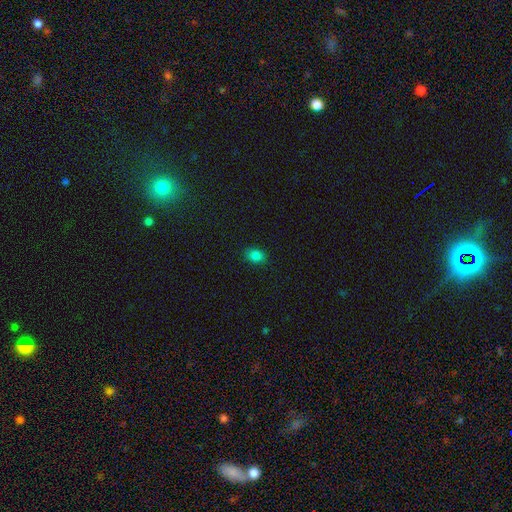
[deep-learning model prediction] smooth-or-featured: smooth: 82% | star or artifact: 13% | featured or disk: 4%
  how-rounded: in between: 74% | round: 25% | cigar-shaped: 1%
  merging: none: 87% | minor disturbance: 10% | major disturbance: 2% | merger: 1%